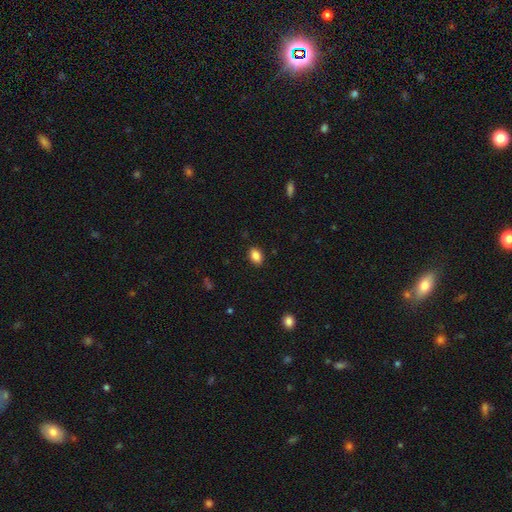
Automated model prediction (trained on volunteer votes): Smooth or featured?
  - smooth: 87% *
  - star or artifact: 9%
  - featured or disk: 4%
How rounded?
  - in between: 81% *
  - round: 17%
  - cigar-shaped: 1%
Merging?
  - none: 87% *
  - minor disturbance: 9%
  - major disturbance: 2%
  - merger: 1%